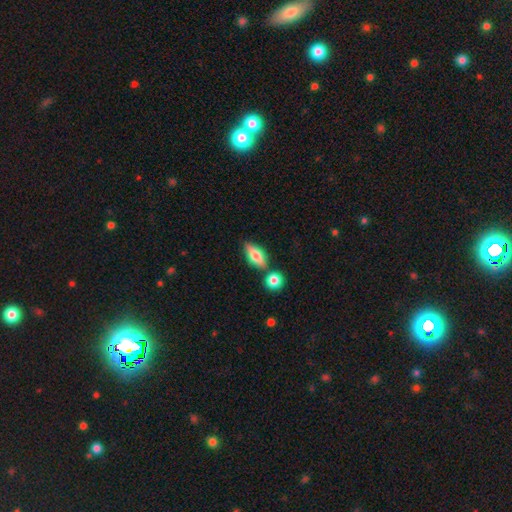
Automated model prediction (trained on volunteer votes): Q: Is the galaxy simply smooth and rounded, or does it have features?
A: smooth — 68%.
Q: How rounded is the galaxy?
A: in between — 78%.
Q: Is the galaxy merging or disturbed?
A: none — 69%.